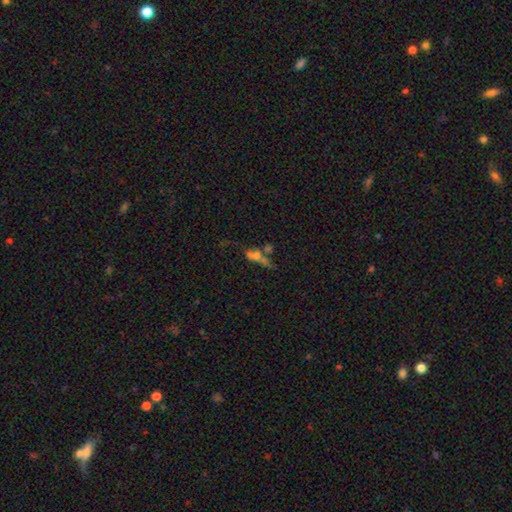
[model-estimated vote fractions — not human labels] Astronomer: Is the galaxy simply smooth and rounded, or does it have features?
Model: smooth — 39%, tied with featured or disk at 39%.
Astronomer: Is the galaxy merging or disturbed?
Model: merger — 43% (runner-up: none, 29%).